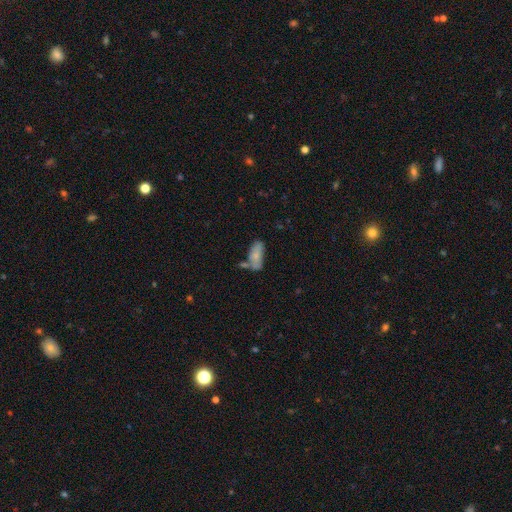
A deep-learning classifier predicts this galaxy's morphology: Smooth or featured?
  - smooth: 68% *
  - featured or disk: 24%
  - star or artifact: 8%
How rounded?
  - in between: 84% *
  - cigar-shaped: 13%
  - round: 3%
Merging?
  - none: 38% *
  - merger: 27%
  - minor disturbance: 24%
  - major disturbance: 11%